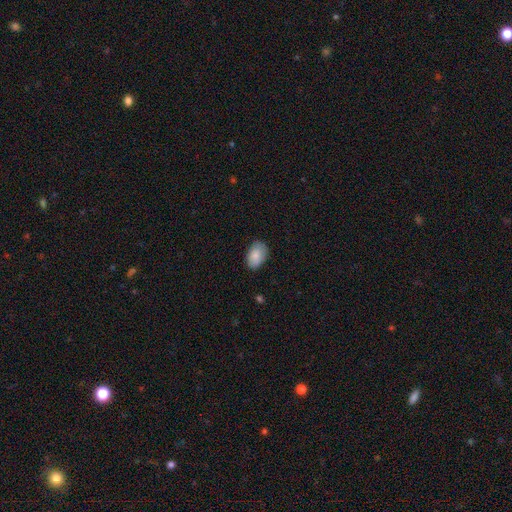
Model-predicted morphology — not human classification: The model was most divided on "merging": none: 77%, minor disturbance: 19%, major disturbance: 3%, merger: 1%. More confident: how rounded — in between (88%); smooth or featured — smooth (84%).